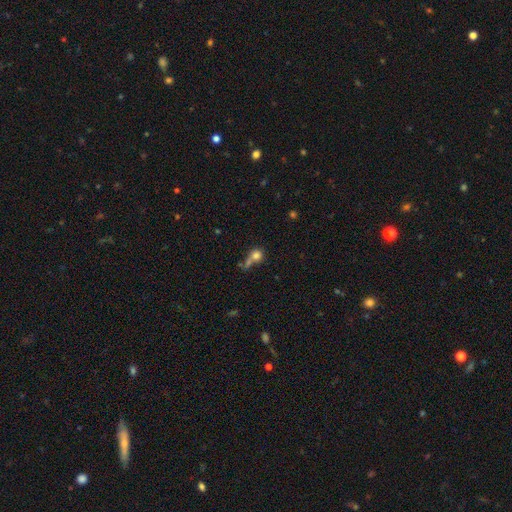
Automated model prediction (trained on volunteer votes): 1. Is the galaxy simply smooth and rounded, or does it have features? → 76% smooth, 13% star or artifact, 11% featured or disk.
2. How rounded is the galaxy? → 79% round, 19% in between, 2% cigar-shaped.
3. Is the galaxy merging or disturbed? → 38% none, 36% merger, 14% minor disturbance, 12% major disturbance.